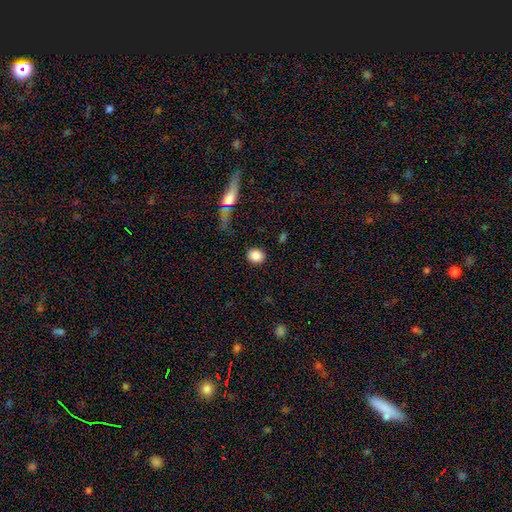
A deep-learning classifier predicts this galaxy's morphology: Overall: smooth (86%). How rounded: round (80%). Merging: none (89%).